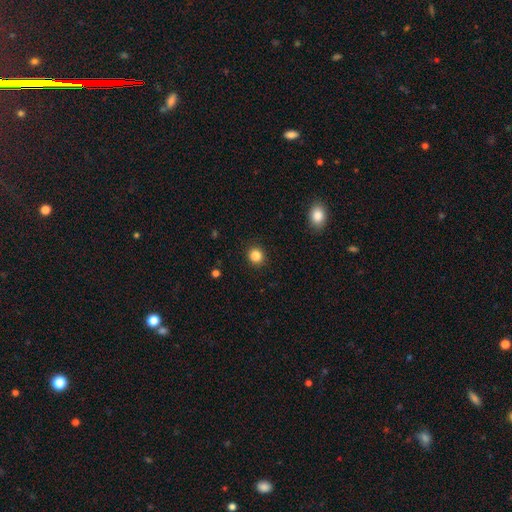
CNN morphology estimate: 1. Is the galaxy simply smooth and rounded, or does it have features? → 85% smooth, 11% star or artifact, 4% featured or disk.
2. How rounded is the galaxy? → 90% round, 9% in between, 1% cigar-shaped.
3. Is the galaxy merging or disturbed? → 92% none, 5% minor disturbance, 2% major disturbance, 1% merger.